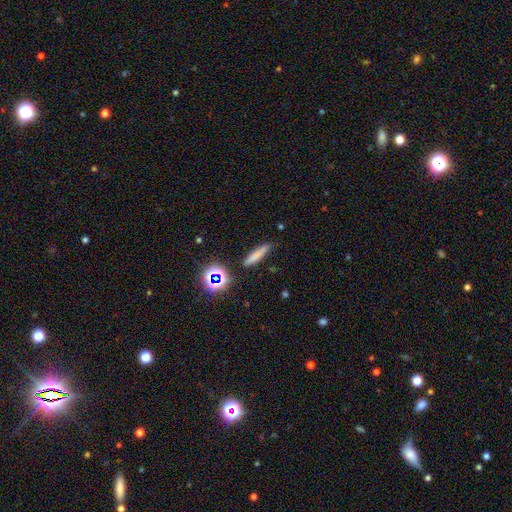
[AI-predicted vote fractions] Smooth or featured?
  - smooth: 70% *
  - featured or disk: 15%
  - star or artifact: 15%
How rounded?
  - cigar-shaped: 87% *
  - in between: 9%
  - round: 4%
Merging?
  - none: 83% *
  - minor disturbance: 11%
  - merger: 3%
  - major disturbance: 3%